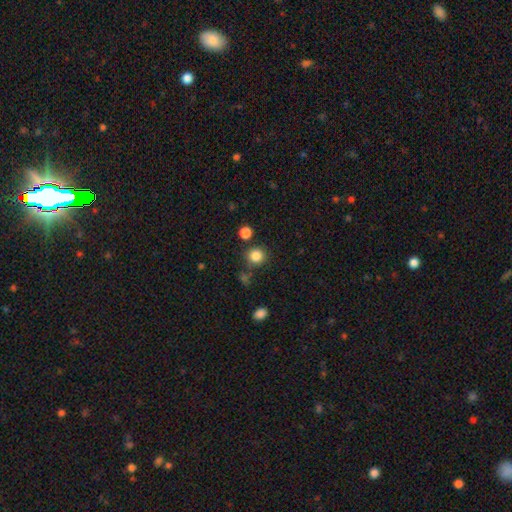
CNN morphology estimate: Smooth or featured? smooth (84%)
How rounded? round (89%)
Merging? none (80%)